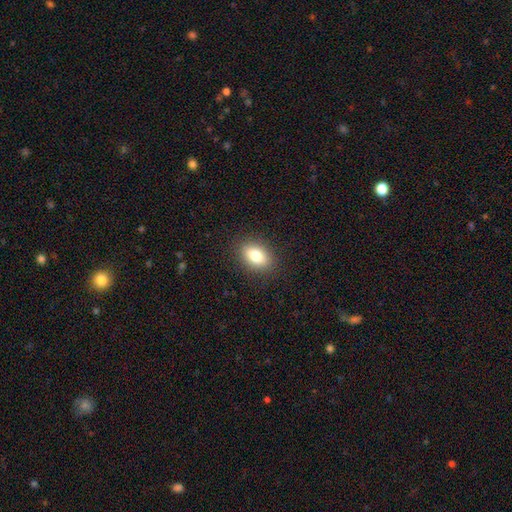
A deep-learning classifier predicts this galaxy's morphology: A smooth galaxy with no disk features (82%) that is in between round and cigar-shaped (83%).

Vote fractions:
- Smooth or featured? smooth: 82% / featured or disk: 9% / star or artifact: 9%
- How rounded? in between: 83% / round: 15% / cigar-shaped: 2%
- Merging? none: 88% / minor disturbance: 9% / major disturbance: 3% / merger: 1%